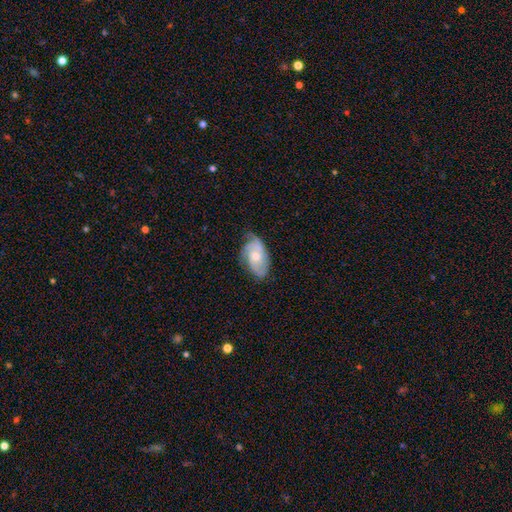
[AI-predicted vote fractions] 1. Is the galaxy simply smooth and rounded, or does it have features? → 65% featured or disk, 29% smooth, 6% star or artifact.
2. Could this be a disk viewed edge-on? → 95% no, 5% yes.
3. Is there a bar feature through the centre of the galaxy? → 73% no, 24% weak, 4% strong.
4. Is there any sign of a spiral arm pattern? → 87% yes, 13% no.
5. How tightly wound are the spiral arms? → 43% tight, 39% medium, 17% loose.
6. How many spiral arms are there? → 31% 2, 28% can't tell, 27% 3, 6% 4, 5% 1, 3% more than 4.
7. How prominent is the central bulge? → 62% moderate, 32% small, 4% large, 2% none, 1% dominant.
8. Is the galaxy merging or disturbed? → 59% none, 30% minor disturbance, 10% major disturbance, 1% merger.